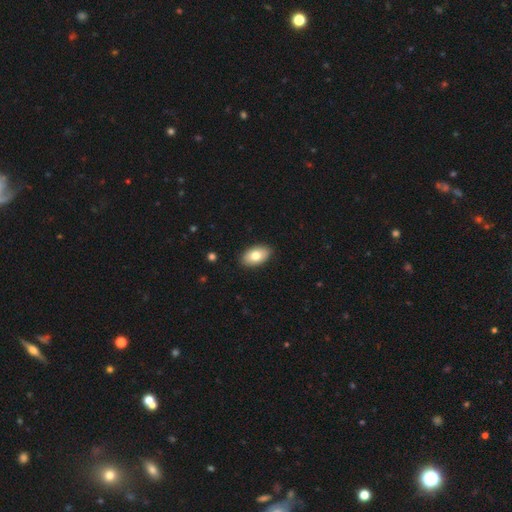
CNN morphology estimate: smooth 78%, featured or disk 15%, star or artifact 7%. Down the decision tree: how rounded — in between (93%); merging — none (89%).